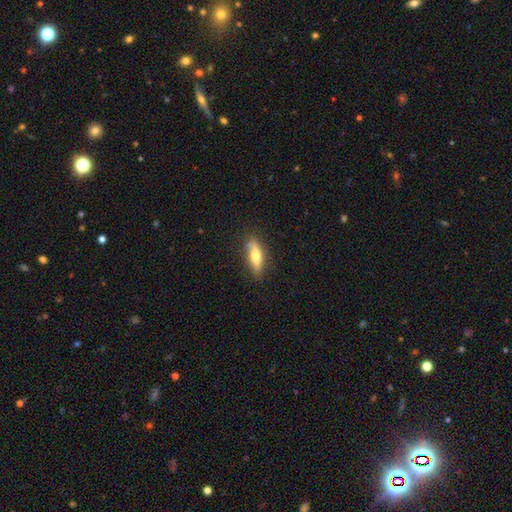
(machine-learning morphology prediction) Smooth or featured?
  - smooth: 62% *
  - featured or disk: 32%
  - star or artifact: 6%
How rounded?
  - cigar-shaped: 55% *
  - in between: 42%
  - round: 2%
Merging?
  - none: 81% *
  - minor disturbance: 15%
  - major disturbance: 3%
  - merger: 1%